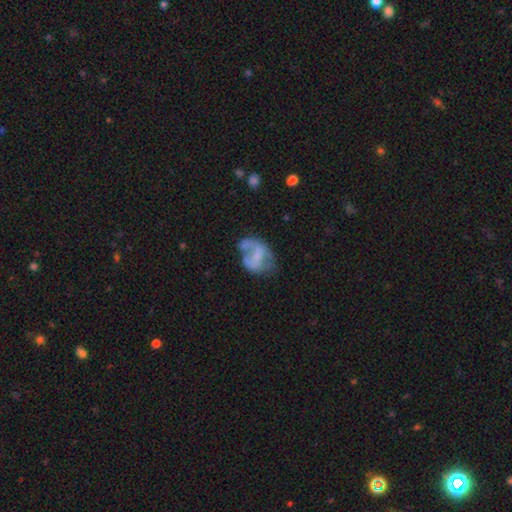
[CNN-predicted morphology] Smooth or featured: featured or disk — 54% (smooth — 36%)
Edge-on disk: no — 97% (yes — 3%)
Bar: no — 50% (weak — 32%)
Spiral arms: no — 58% (yes — 42%)
Bulge size: none — 51% (small — 26%)
Merging: none — 34% (major disturbance — 32%)